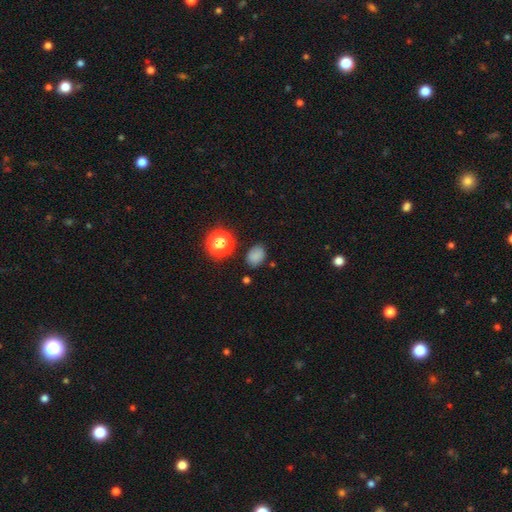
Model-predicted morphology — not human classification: A smooth galaxy with no disk features (78%) that is in between round and cigar-shaped (67%). Merging: none (78%).